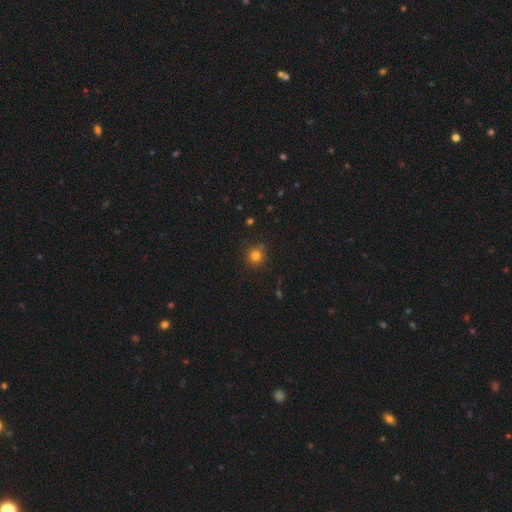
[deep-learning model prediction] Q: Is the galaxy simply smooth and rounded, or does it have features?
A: smooth — 80%.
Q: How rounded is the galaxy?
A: round — 92%.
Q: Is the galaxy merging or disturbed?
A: none — 86%.